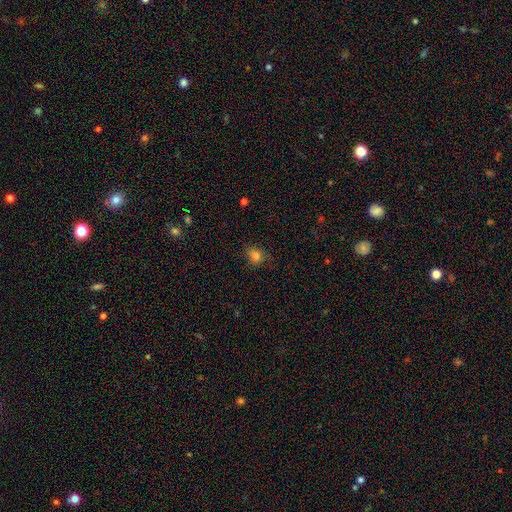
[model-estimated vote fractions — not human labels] This is clearly a smooth galaxy (80%). How rounded: likely round (62%). Merging: likely none (77%).